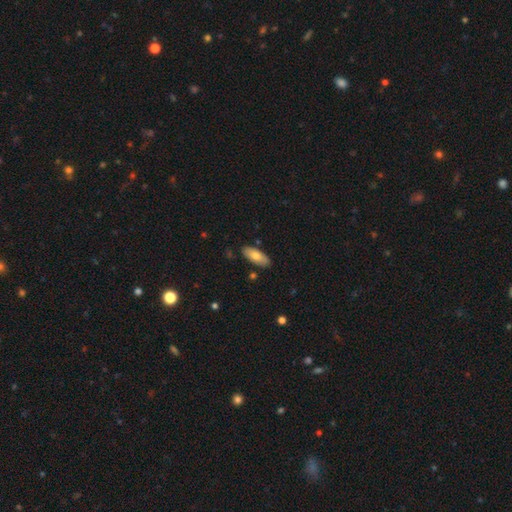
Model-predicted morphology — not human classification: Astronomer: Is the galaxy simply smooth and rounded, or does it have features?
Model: smooth — 74%.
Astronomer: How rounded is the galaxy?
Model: in between — 83%.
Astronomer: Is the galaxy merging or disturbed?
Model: none — 86%.